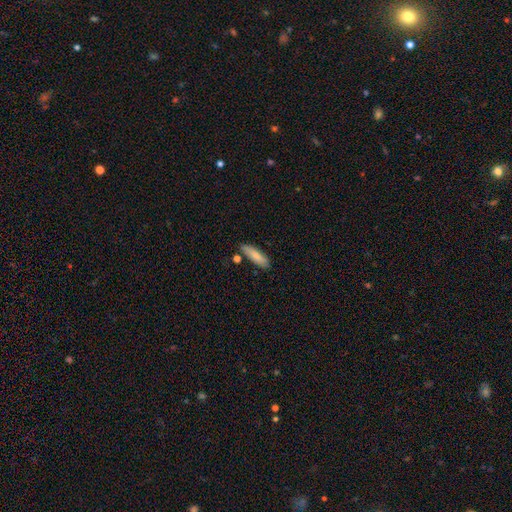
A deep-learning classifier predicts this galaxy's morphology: Smooth or featured? Predicted: smooth (p=0.79). How rounded? Predicted: cigar-shaped (p=0.62). Merging? Predicted: none (p=0.79).